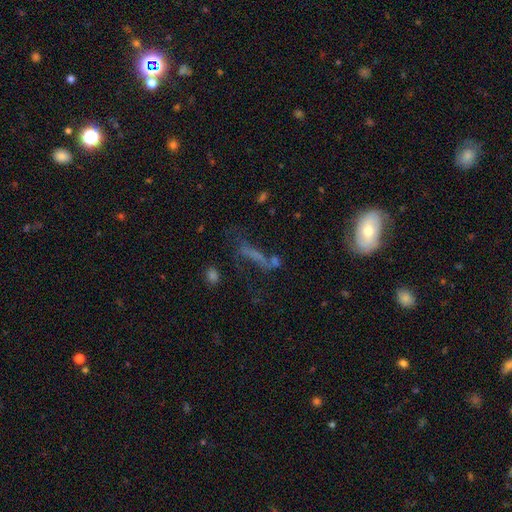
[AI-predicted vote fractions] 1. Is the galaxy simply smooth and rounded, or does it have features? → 38% smooth (tied), 38% featured or disk (tied), 24% star or artifact.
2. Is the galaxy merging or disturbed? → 43% none, 25% major disturbance, 17% minor disturbance, 15% merger.